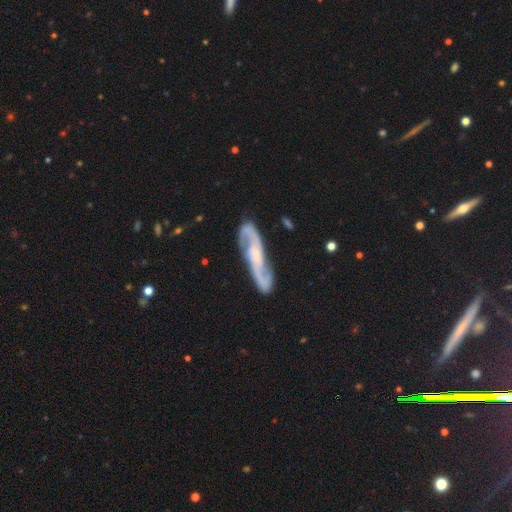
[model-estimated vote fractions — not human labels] Smooth or featured? Predicted: featured or disk (p=0.88). Edge-on disk? Predicted: no (p=0.86). Bar? Predicted: no (p=0.42). Spiral arms? Predicted: yes (p=0.98). Spiral winding? Predicted: medium (p=0.53). Spiral arm count? Predicted: 2 (p=0.92). Bulge size? Predicted: small (p=0.43). Merging? Predicted: none (p=0.82).